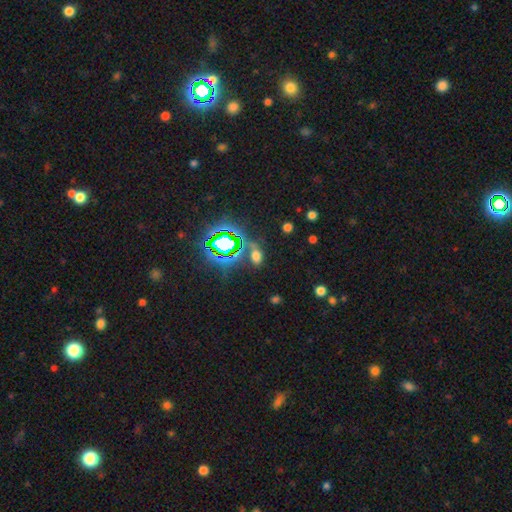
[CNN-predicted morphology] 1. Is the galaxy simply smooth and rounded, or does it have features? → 45% smooth (tied), 45% star or artifact (tied), 10% featured or disk.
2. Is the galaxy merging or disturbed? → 65% none, 16% minor disturbance, 10% major disturbance, 9% merger.